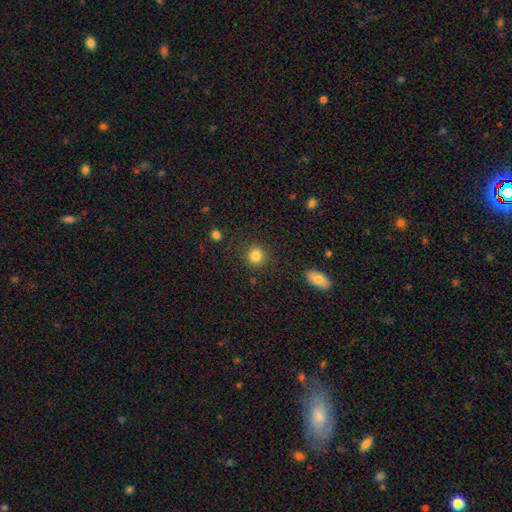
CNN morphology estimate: A smooth galaxy with no disk features (84%) that is round (88%).

Vote fractions:
- Smooth or featured? smooth: 84% / star or artifact: 11% / featured or disk: 5%
- How rounded? round: 88% / in between: 11% / cigar-shaped: 1%
- Merging? none: 89% / minor disturbance: 7% / major disturbance: 3% / merger: 2%